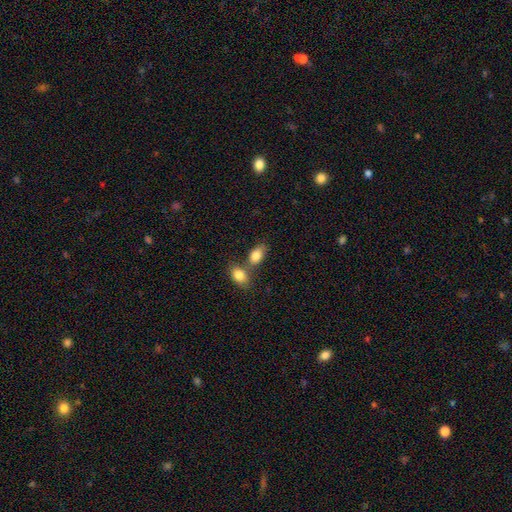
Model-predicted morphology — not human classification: smooth-or-featured: smooth: 83% | featured or disk: 9% | star or artifact: 8%
  how-rounded: in between: 88% | round: 10% | cigar-shaped: 2%
  merging: none: 45% | merger: 42% | minor disturbance: 10% | major disturbance: 3%